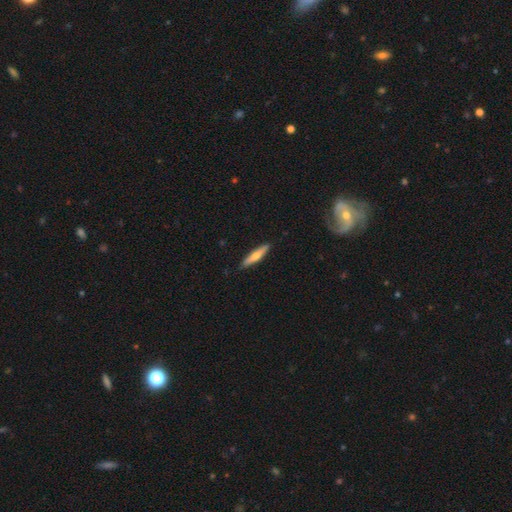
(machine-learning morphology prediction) smooth_or_featured: smooth (p=0.54) [alt: featured or disk p=0.41]
how_rounded: cigar-shaped (p=0.86) [alt: in between p=0.13]
merging: none (p=0.89) [alt: minor disturbance p=0.08]